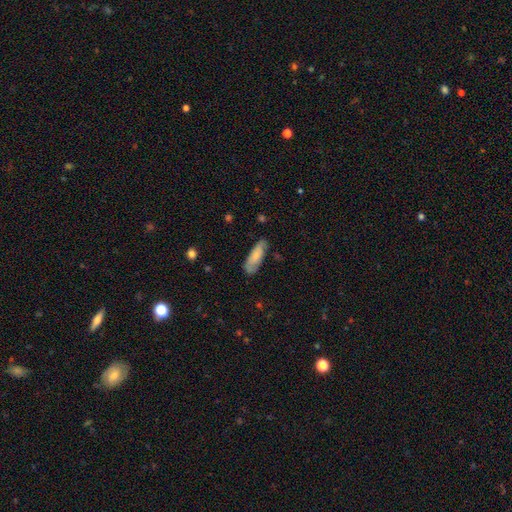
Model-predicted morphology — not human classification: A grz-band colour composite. It shows a smooth galaxy with no disk features (71%) that is in between round and cigar-shaped (60%). Merging: none (73%).